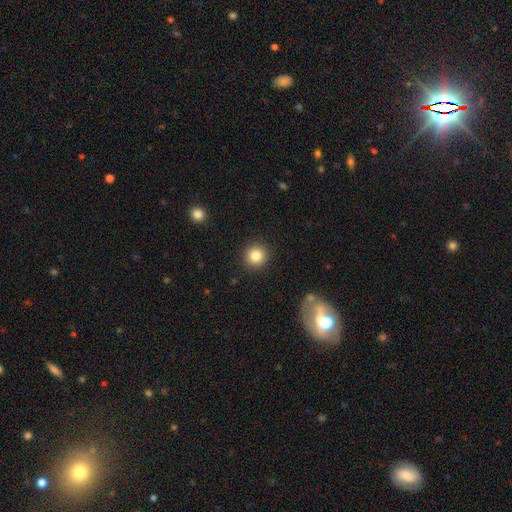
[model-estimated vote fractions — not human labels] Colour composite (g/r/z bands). It shows a smooth galaxy with no disk features (83%) that is round (94%). Merging: none (91%).